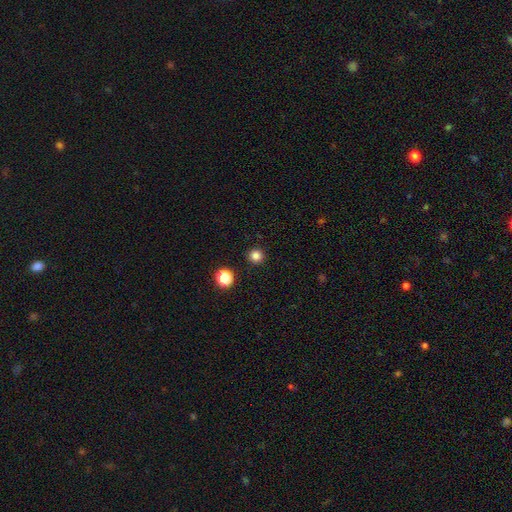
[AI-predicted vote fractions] Smooth or featured: smooth — 83% (star or artifact — 14%)
How rounded: round — 94% (in between — 5%)
Merging: none — 92% (minor disturbance — 5%)